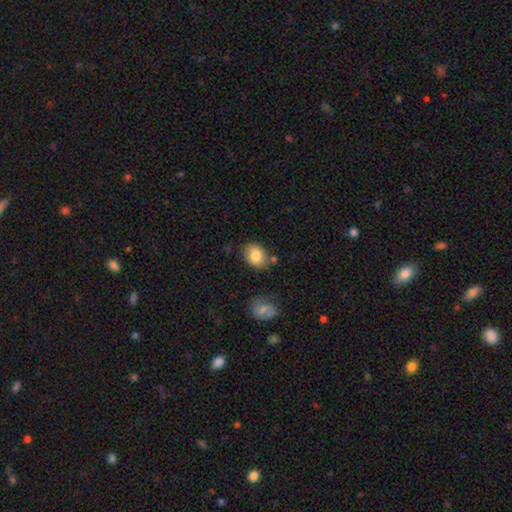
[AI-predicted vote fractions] Smooth or featured?
  - smooth: 82% *
  - featured or disk: 10%
  - star or artifact: 8%
How rounded?
  - in between: 67% *
  - round: 32%
  - cigar-shaped: 1%
Merging?
  - none: 74% *
  - minor disturbance: 16%
  - merger: 6%
  - major disturbance: 4%